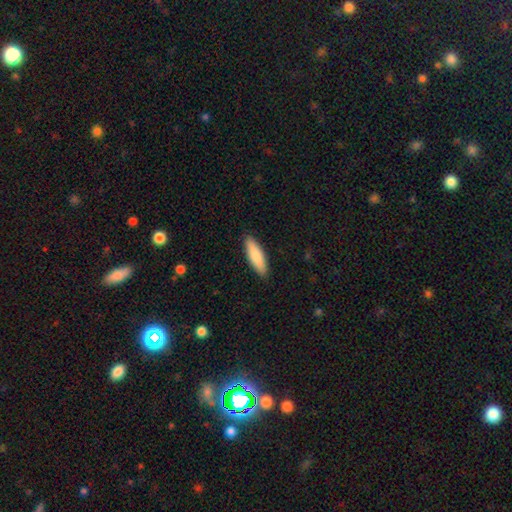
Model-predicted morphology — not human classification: This appears to be a smooth galaxy with no disk features (83%) that is cigar-shaped (62%). Merging: none (90%).